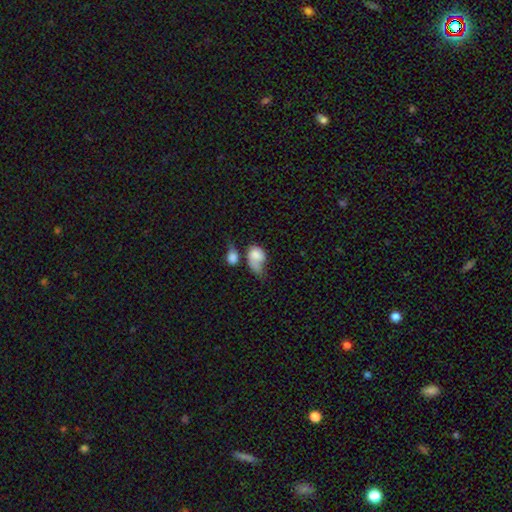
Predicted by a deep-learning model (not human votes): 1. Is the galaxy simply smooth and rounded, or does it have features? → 70% smooth, 22% featured or disk, 8% star or artifact.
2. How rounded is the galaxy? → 70% in between, 29% round, 2% cigar-shaped.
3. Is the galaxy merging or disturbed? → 43% merger, 25% major disturbance, 16% none, 16% minor disturbance.